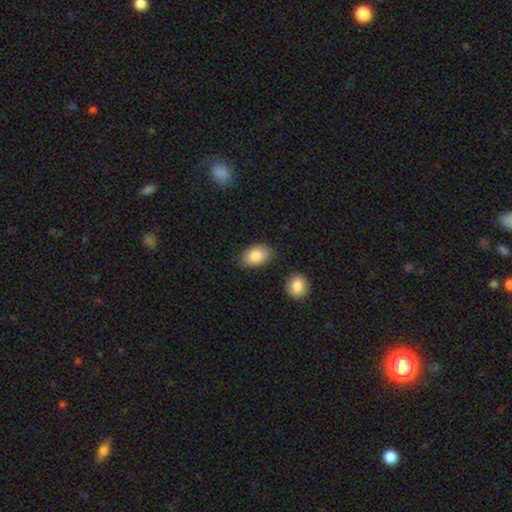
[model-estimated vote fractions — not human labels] smooth-or-featured: smooth: 86% | featured or disk: 8% | star or artifact: 6%
  how-rounded: in between: 89% | round: 10% | cigar-shaped: 1%
  merging: none: 80% | minor disturbance: 13% | merger: 4% | major disturbance: 3%